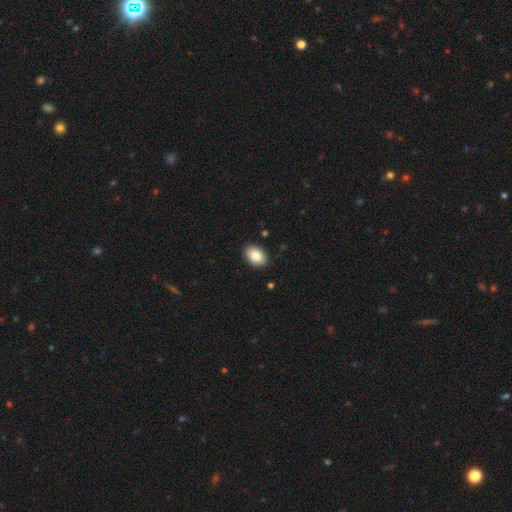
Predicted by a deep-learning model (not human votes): Overall: smooth (85%). How rounded: in between (84%). Merging: none (90%).